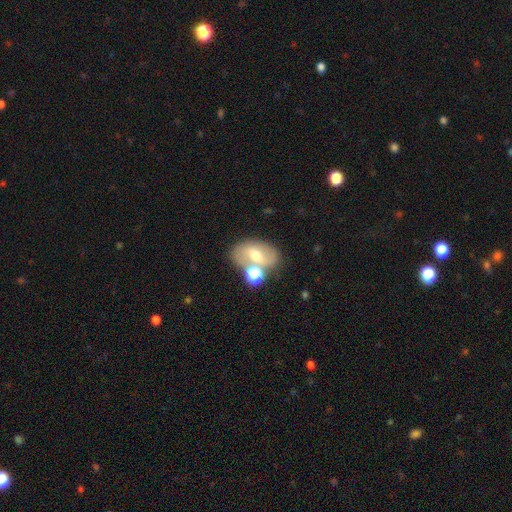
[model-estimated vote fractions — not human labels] Morphology: type=smooth (46%); merging=none (56%).